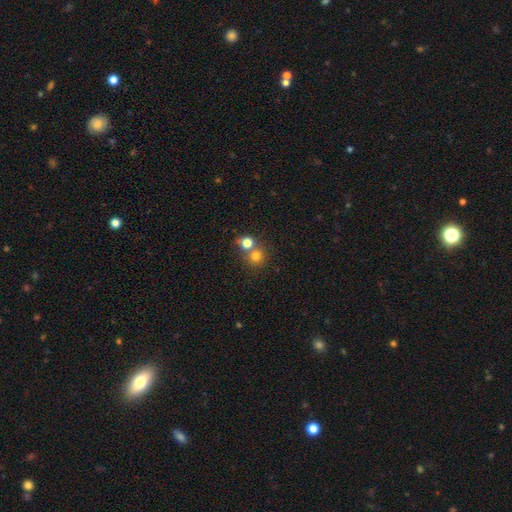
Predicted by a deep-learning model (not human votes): smooth_or_featured: smooth (p=0.75) [alt: star or artifact p=0.15]
how_rounded: round (p=0.88) [alt: in between p=0.11]
merging: none (p=0.50) [alt: merger p=0.41]